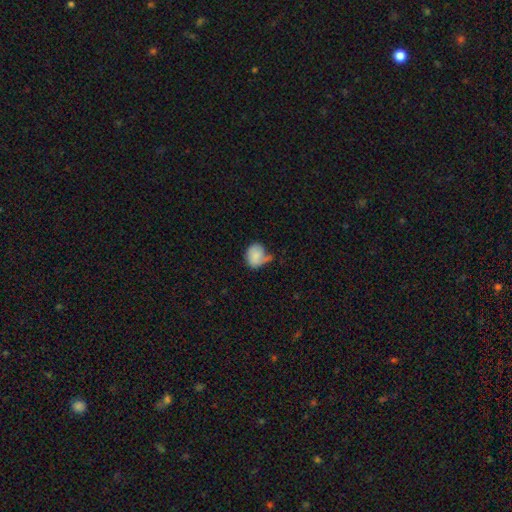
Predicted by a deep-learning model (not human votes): This is likely a smooth galaxy (75%). How rounded: possibly round (54%). Merging: marginally minor disturbance (36%).